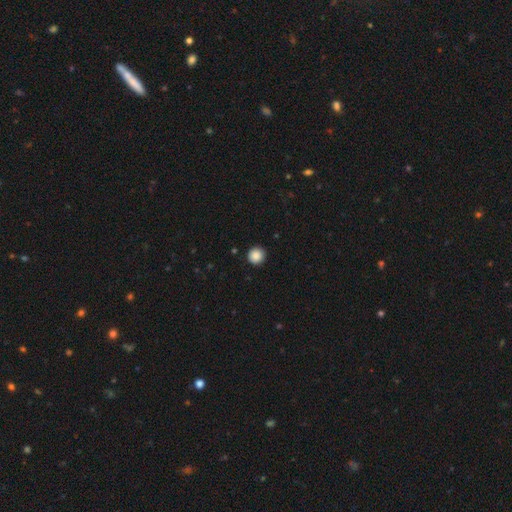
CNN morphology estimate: smooth_or_featured: smooth (p=0.88) [alt: star or artifact p=0.09]
how_rounded: round (p=0.96) [alt: in between p=0.03]
merging: none (p=0.93) [alt: minor disturbance p=0.05]